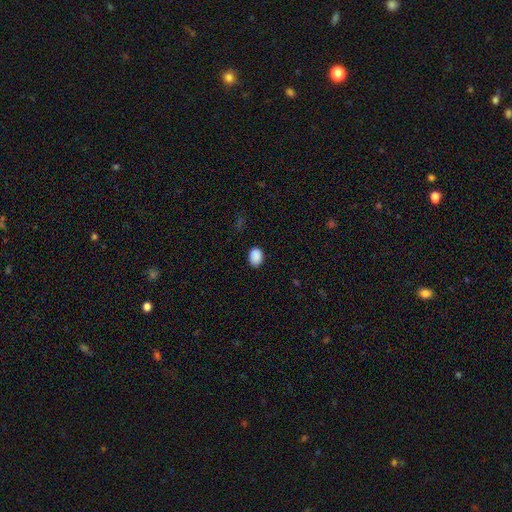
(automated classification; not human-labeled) Smooth or featured?
  - smooth: 89% *
  - star or artifact: 8%
  - featured or disk: 3%
How rounded?
  - in between: 71% *
  - round: 28%
  - cigar-shaped: 1%
Merging?
  - none: 84% *
  - minor disturbance: 12%
  - major disturbance: 3%
  - merger: 1%